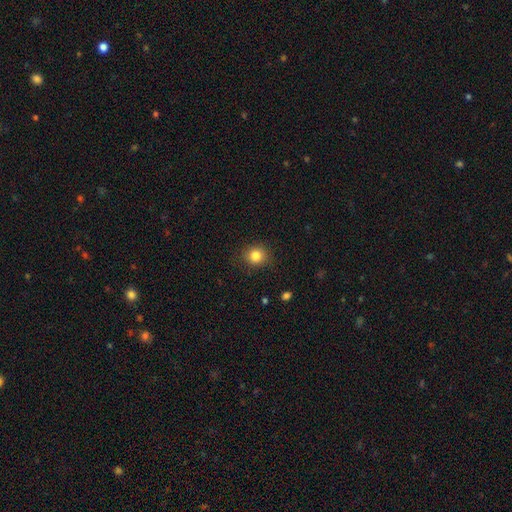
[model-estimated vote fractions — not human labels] smooth-or-featured: smooth: 84% | star or artifact: 11% | featured or disk: 6%
  how-rounded: round: 84% | in between: 15% | cigar-shaped: 1%
  merging: none: 87% | minor disturbance: 9% | major disturbance: 3% | merger: 1%